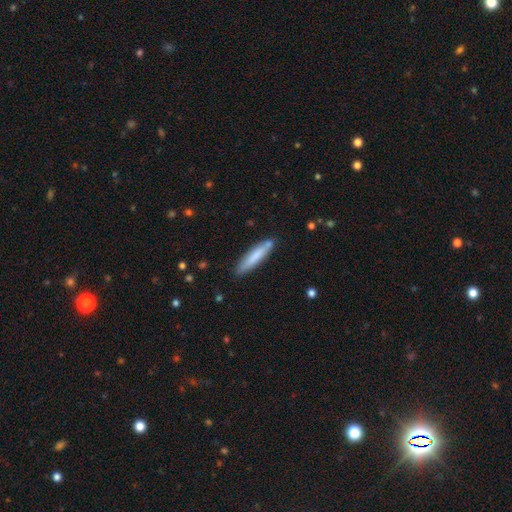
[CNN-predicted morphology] Q: Smooth or featured?
A: smooth (75%); runner-up: featured or disk (20%)
Q: How rounded?
A: cigar-shaped (89%); runner-up: in between (10%)
Q: Merging?
A: none (83%); runner-up: minor disturbance (12%)